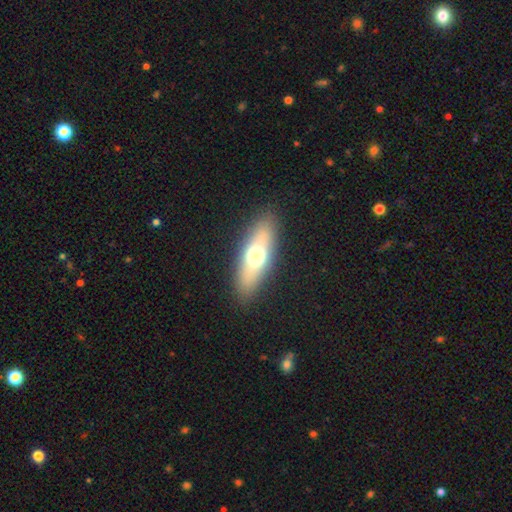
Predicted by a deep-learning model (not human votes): smooth_or_featured: smooth (p=0.58) [alt: featured or disk p=0.33]
how_rounded: in between (p=0.57) [alt: cigar-shaped p=0.37]
merging: none (p=0.88) [alt: minor disturbance p=0.08]